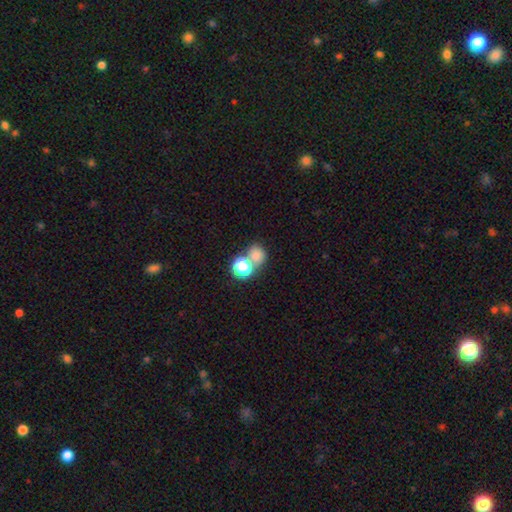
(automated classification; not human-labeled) This appears to be a smooth galaxy with no disk features (73%) that is round (72%). Merging: none (51%).